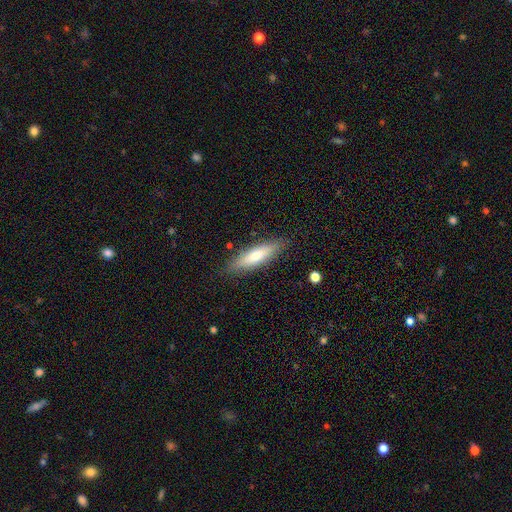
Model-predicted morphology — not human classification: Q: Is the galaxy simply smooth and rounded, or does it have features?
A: smooth — 66%.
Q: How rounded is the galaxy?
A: cigar-shaped — 64%.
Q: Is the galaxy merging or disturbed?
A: none — 85%.